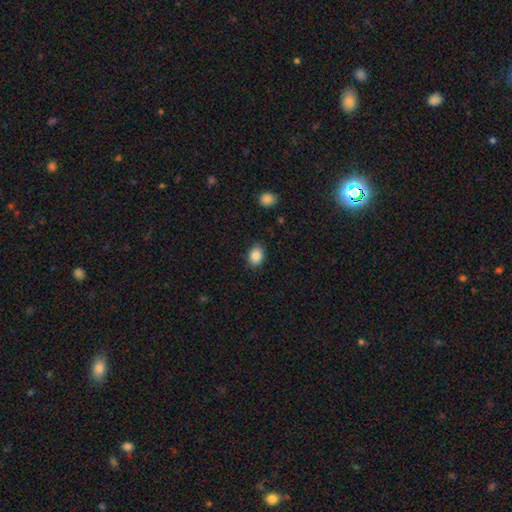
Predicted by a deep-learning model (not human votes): Smooth or featured?
  - smooth: 86% *
  - star or artifact: 9%
  - featured or disk: 5%
How rounded?
  - in between: 63% *
  - round: 36%
  - cigar-shaped: 1%
Merging?
  - none: 85% *
  - minor disturbance: 11%
  - major disturbance: 2%
  - merger: 1%